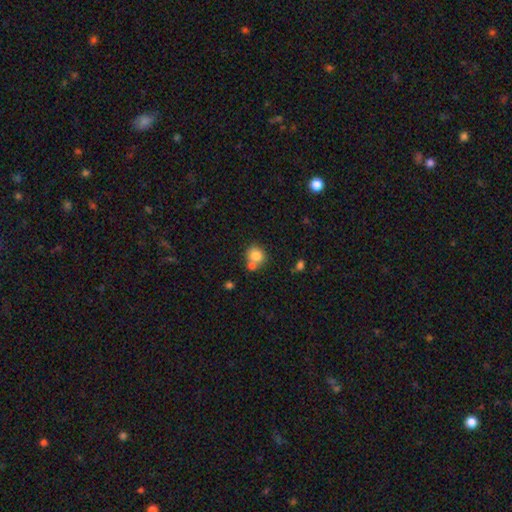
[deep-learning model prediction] A smooth galaxy with no disk features (81%) that is round (81%). Merging: none (55%).